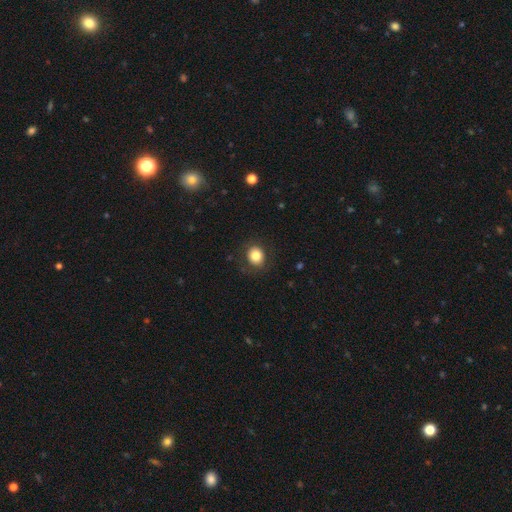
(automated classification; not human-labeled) Smooth or featured: smooth — 83% (star or artifact — 10%)
How rounded: round — 77% (in between — 22%)
Merging: none — 85% (minor disturbance — 10%)